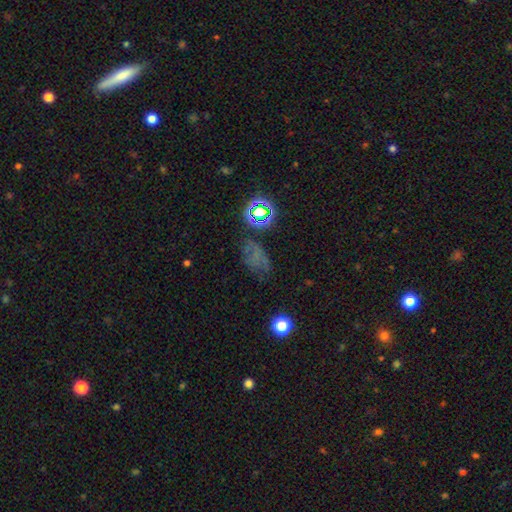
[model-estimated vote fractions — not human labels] Morphology: type=star or artifact (47%).